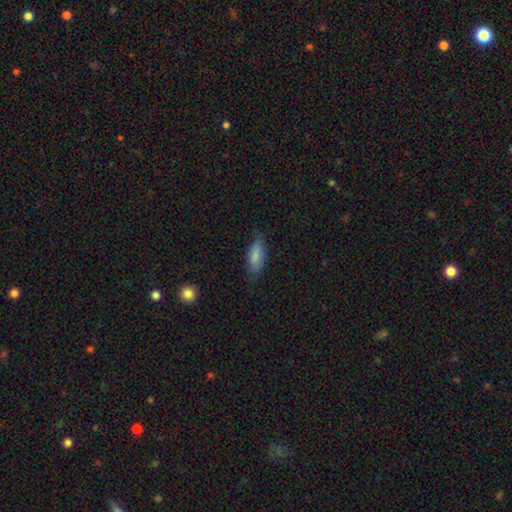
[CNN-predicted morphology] Smooth or featured? Predicted: smooth (p=0.81). How rounded? Predicted: in between (p=0.79). Merging? Predicted: none (p=0.67).